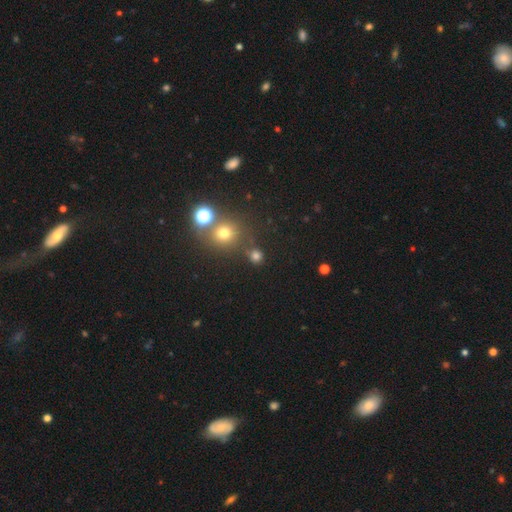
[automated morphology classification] smooth-or-featured: smooth: 69% | star or artifact: 24% | featured or disk: 6%
  how-rounded: round: 85% | in between: 13% | cigar-shaped: 1%
  merging: none: 73% | merger: 13% | minor disturbance: 10% | major disturbance: 5%